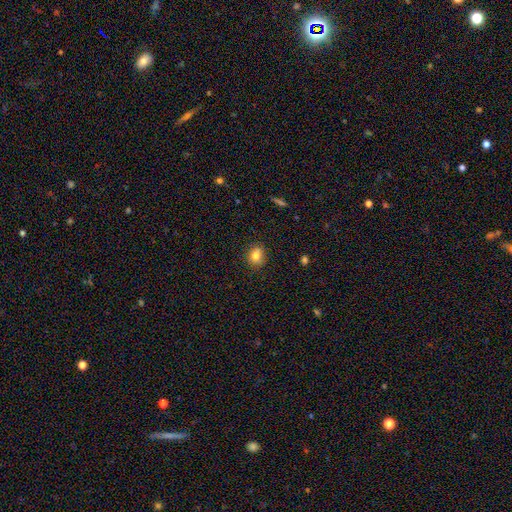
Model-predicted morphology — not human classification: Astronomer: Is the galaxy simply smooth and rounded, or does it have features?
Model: smooth — 79%.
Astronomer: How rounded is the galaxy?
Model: round — 68%.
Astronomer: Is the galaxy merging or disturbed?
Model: none — 79%.